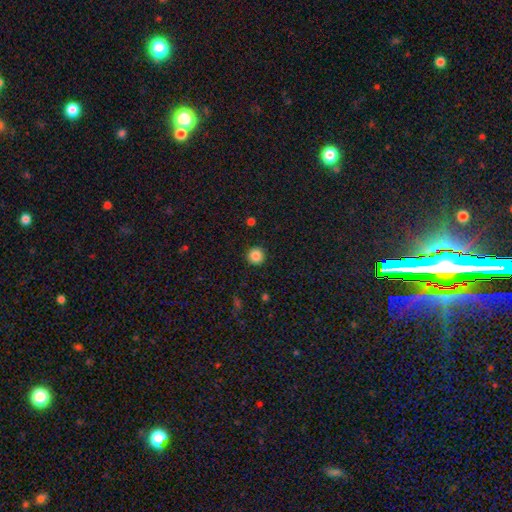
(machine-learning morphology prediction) Smooth or featured? Predicted: smooth (p=0.87). How rounded? Predicted: round (p=0.95). Merging? Predicted: none (p=0.92).